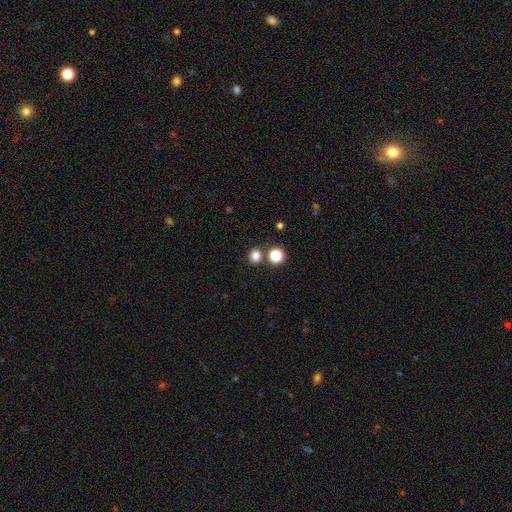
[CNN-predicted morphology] Smooth or featured?
  - smooth: 80% *
  - star or artifact: 16%
  - featured or disk: 4%
How rounded?
  - round: 84% *
  - in between: 15%
  - cigar-shaped: 1%
Merging?
  - none: 79% *
  - merger: 12%
  - minor disturbance: 7%
  - major disturbance: 3%